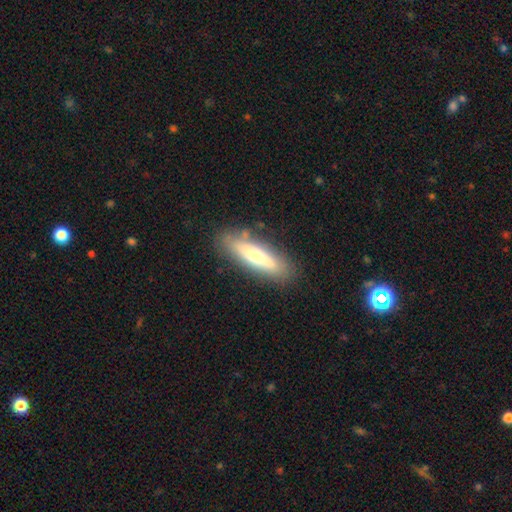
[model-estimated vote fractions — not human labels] Overall: smooth (57%; featured or disk 35%). How rounded: cigar-shaped (68%; in between 30%). Merging: none (84%).